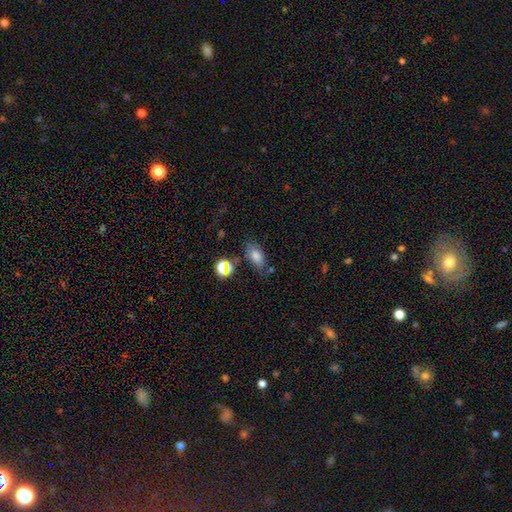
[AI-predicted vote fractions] smooth-or-featured: smooth: 73% | star or artifact: 15% | featured or disk: 12%
  how-rounded: in between: 84% | round: 9% | cigar-shaped: 6%
  merging: none: 69% | minor disturbance: 18% | merger: 8% | major disturbance: 6%